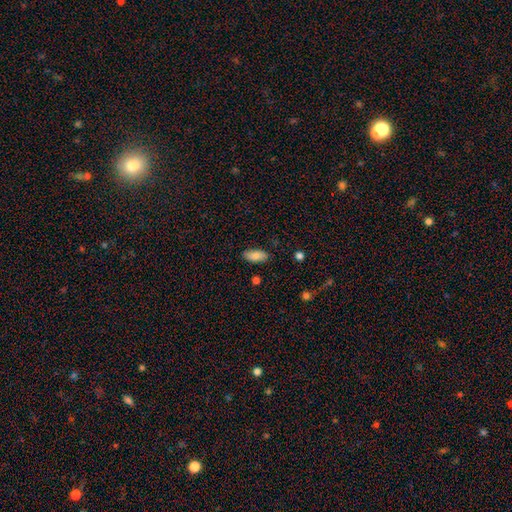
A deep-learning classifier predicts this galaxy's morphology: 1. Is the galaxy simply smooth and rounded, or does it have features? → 85% smooth, 8% featured or disk, 7% star or artifact.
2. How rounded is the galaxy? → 88% in between, 9% cigar-shaped, 2% round.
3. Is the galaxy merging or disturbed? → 85% none, 11% minor disturbance, 2% major disturbance, 1% merger.